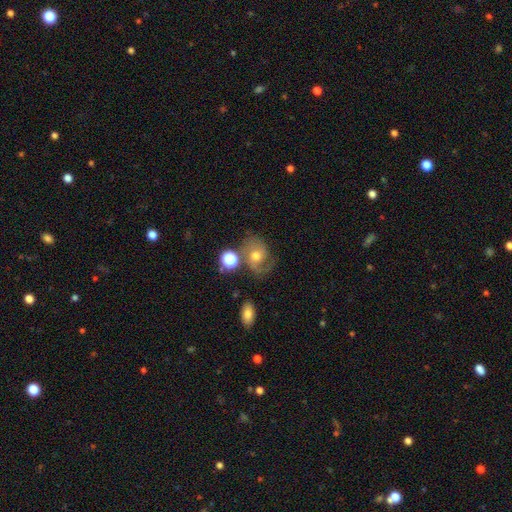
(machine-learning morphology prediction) Smooth or featured: featured or disk — 68% (smooth — 21%)
Edge-on disk: no — 97% (yes — 3%)
Bar: no — 66% (weak — 28%)
Spiral arms: yes — 91% (no — 9%)
Spiral winding: medium — 49% (loose — 26%)
Spiral arm count: 2 — 73% (1 — 16%)
Bulge size: moderate — 69% (small — 21%)
Merging: none — 58% (minor disturbance — 19%)